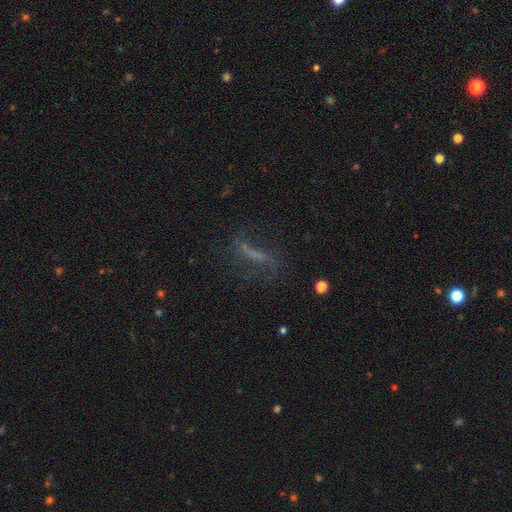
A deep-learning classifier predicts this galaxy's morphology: The model was most divided on "smooth or featured": featured or disk: 44%, smooth: 35%, star or artifact: 21%. More confident: merging — none (59%).